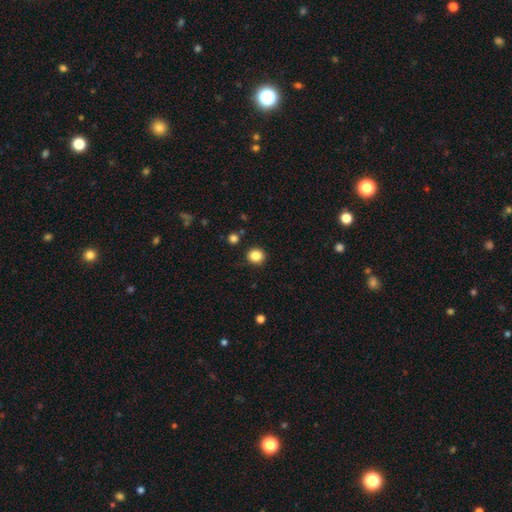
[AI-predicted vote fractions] Smooth or featured? smooth (86%)
How rounded? round (86%)
Merging? none (88%)